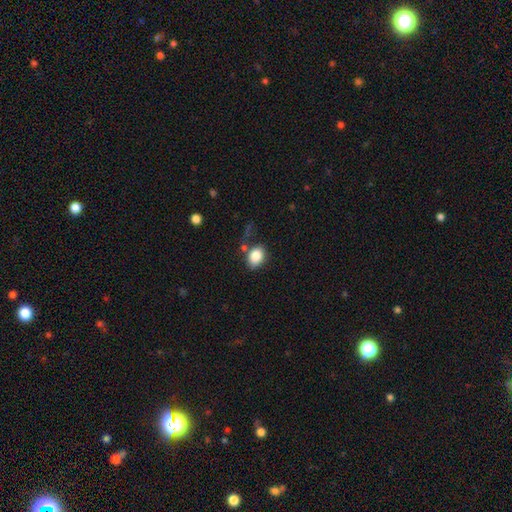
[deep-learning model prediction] A smooth galaxy with no disk features (85%) that is in between round and cigar-shaped (69%).

Vote fractions:
- Smooth or featured? smooth: 85% / star or artifact: 9% / featured or disk: 6%
- How rounded? in between: 69% / round: 30% / cigar-shaped: 1%
- Merging? none: 69% / minor disturbance: 17% / merger: 9% / major disturbance: 6%